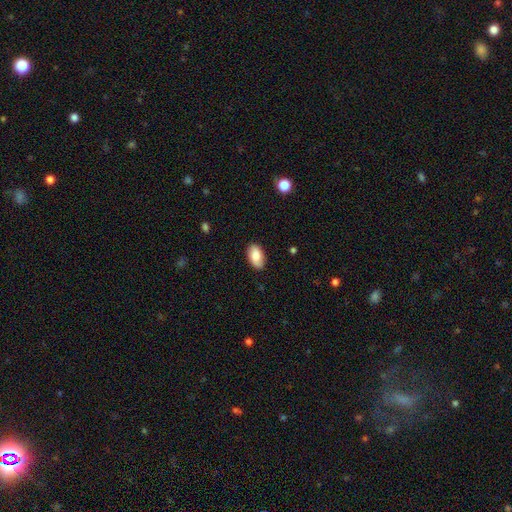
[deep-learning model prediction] Smooth or featured?
  - smooth: 82% *
  - featured or disk: 12%
  - star or artifact: 7%
How rounded?
  - in between: 94% *
  - round: 5%
  - cigar-shaped: 2%
Merging?
  - none: 84% *
  - minor disturbance: 12%
  - major disturbance: 2%
  - merger: 1%